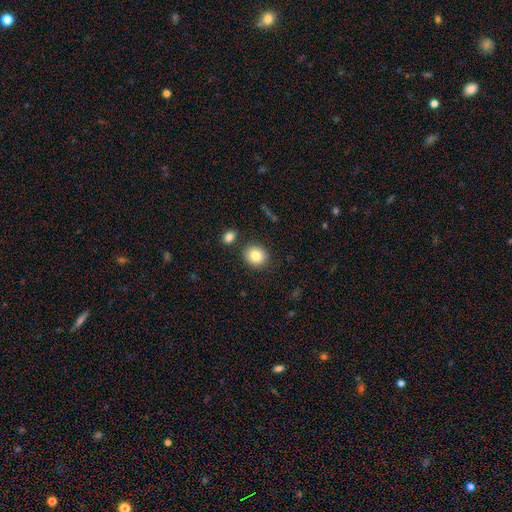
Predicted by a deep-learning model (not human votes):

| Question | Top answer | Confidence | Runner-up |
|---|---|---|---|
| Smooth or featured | smooth | 83% | star or artifact (9%) |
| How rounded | round | 77% | in between (22%) |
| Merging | none | 85% | minor disturbance (8%) |